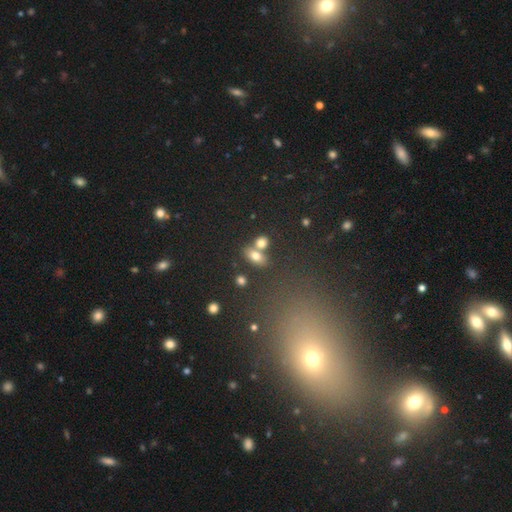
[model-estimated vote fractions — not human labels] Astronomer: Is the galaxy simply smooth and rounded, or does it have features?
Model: smooth — 75%.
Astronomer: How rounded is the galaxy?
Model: in between — 80%.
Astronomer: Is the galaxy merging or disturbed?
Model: none — 48% (runner-up: merger, 39%).